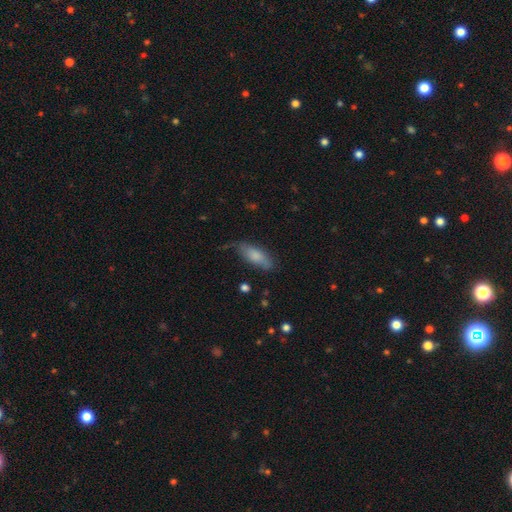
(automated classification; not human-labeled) This is likely a smooth galaxy (77%). How rounded: likely in between (67%). Merging: likely none (66%).